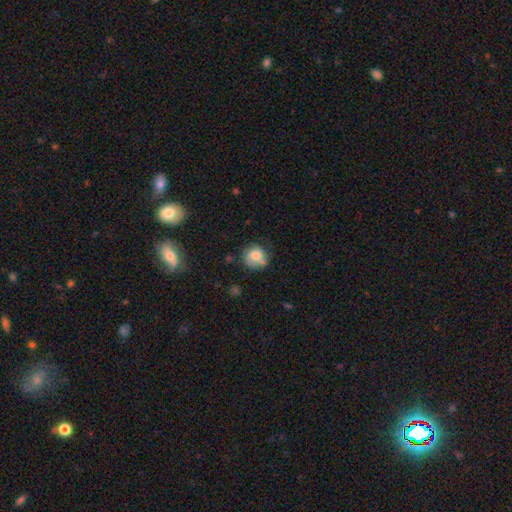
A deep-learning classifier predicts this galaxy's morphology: This appears to be a smooth galaxy with no disk features (67%) that is round (84%). Merging: none (58%).